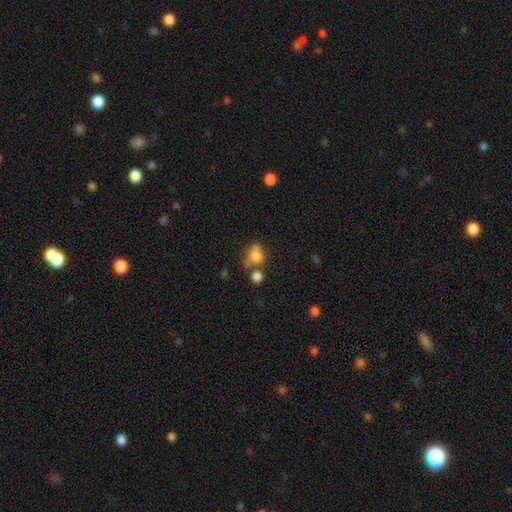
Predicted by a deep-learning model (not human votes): smooth 75%, featured or disk 13%, star or artifact 12%. Down the decision tree: how rounded — in between (50%); merging — none (36%).